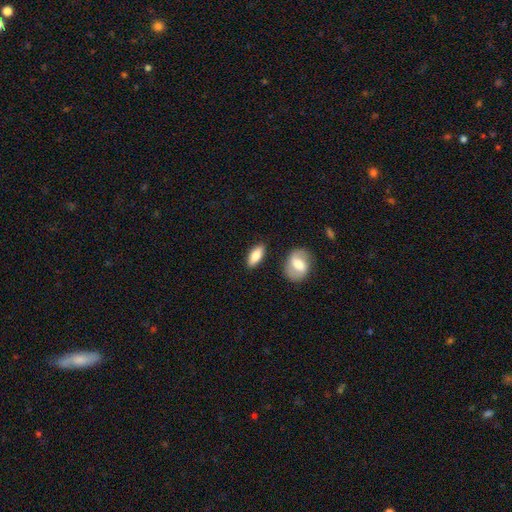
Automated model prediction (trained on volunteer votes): A smooth galaxy with no disk features (77%) that is in between round and cigar-shaped (81%). Merging: none (84%).